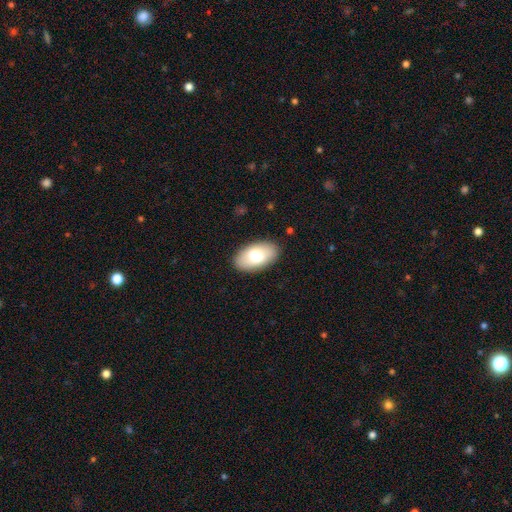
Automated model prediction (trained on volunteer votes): Q: Smooth or featured?
A: smooth (74%); runner-up: featured or disk (20%)
Q: How rounded?
A: in between (94%); runner-up: round (4%)
Q: Merging?
A: none (88%); runner-up: minor disturbance (9%)